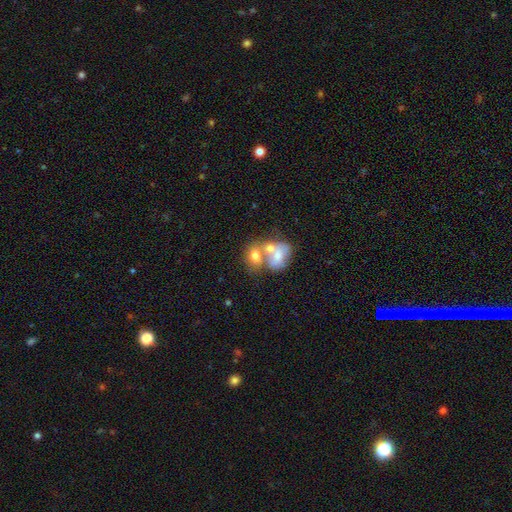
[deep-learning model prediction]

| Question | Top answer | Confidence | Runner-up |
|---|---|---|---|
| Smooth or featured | smooth | 60% | featured or disk (30%) |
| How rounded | in between | 60% | round (38%) |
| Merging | merger | 64% | none (21%) |